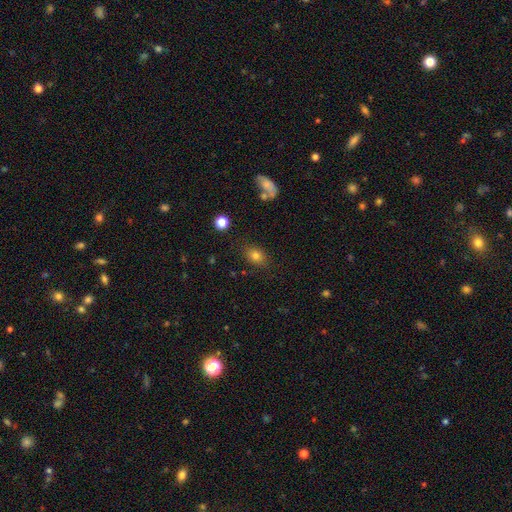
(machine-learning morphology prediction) type=smooth (78%); roundness=in between (67%); merging=none (81%).